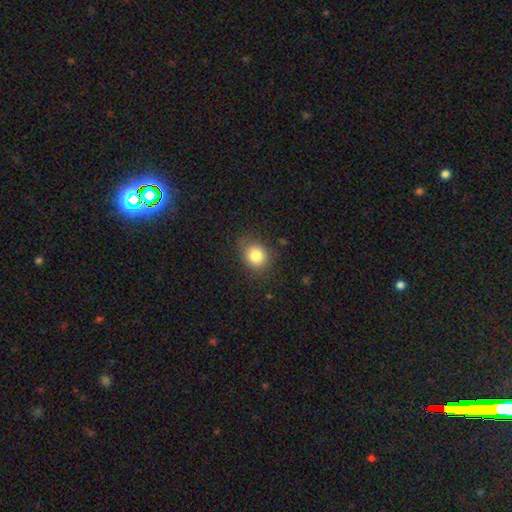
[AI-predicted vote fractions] Morphology: type=smooth (82%); roundness=round (68%); merging=none (78%).